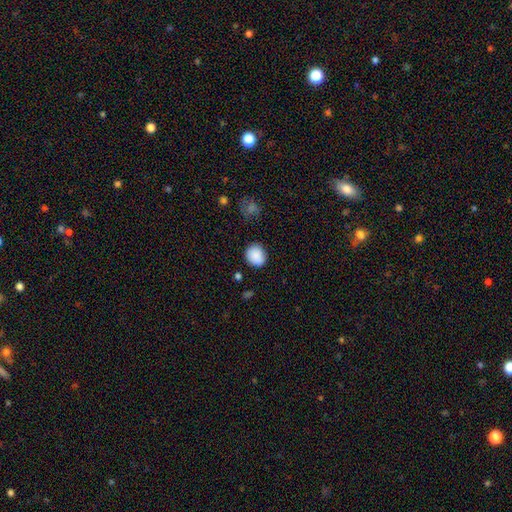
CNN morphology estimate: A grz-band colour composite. It shows a smooth galaxy with no disk features (88%) that is round (72%). Merging: none (82%).